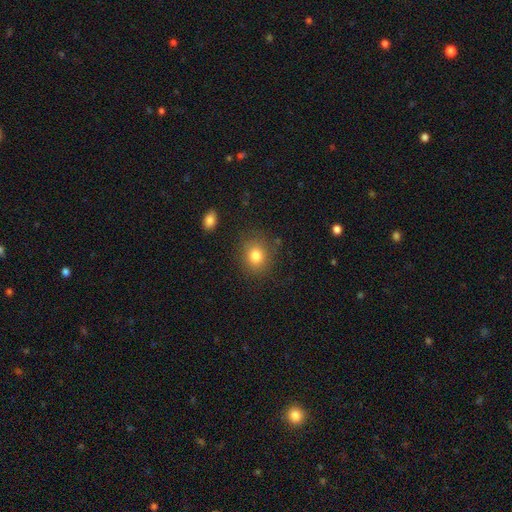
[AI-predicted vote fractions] A smooth galaxy with no disk features (81%) that is round (67%). Merging: none (82%).